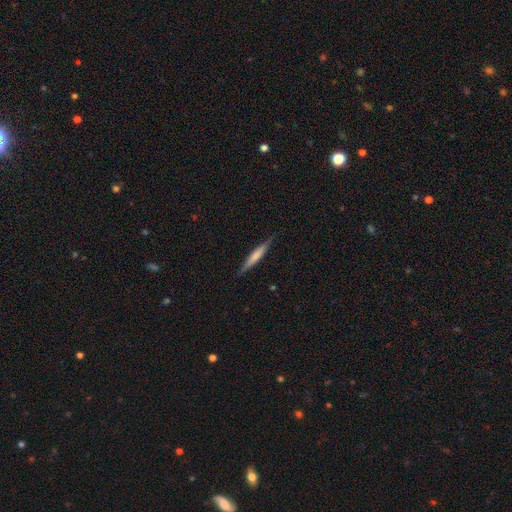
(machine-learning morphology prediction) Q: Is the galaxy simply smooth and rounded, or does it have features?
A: smooth — 51%.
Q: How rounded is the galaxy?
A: cigar-shaped — 94%.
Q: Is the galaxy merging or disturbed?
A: none — 87%.